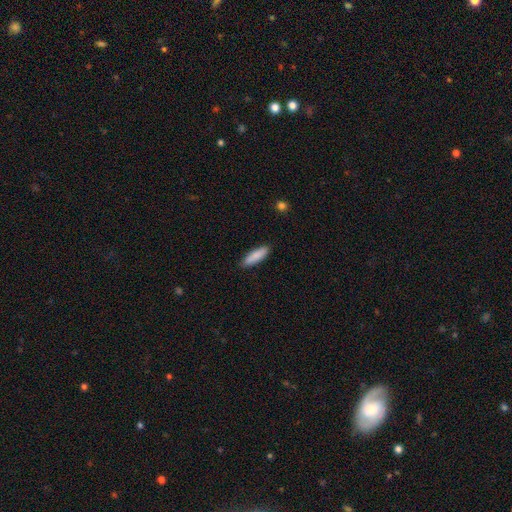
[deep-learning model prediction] smooth_or_featured: smooth (p=0.87) [alt: featured or disk p=0.08]
how_rounded: cigar-shaped (p=0.59) [alt: in between p=0.40]
merging: none (p=0.88) [alt: minor disturbance p=0.10]